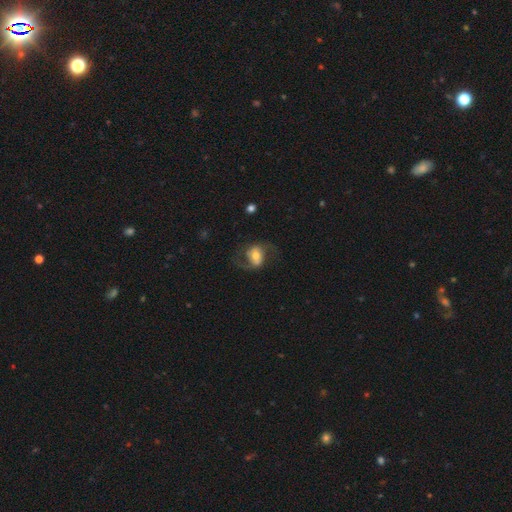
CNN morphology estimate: type=featured or disk (64%); edge-on=no (96%); bar=no (37%); spiral arms=yes (84%); winding=loose (49%); arm count=2 (89%); bulge=moderate (61%); merging=none (64%).